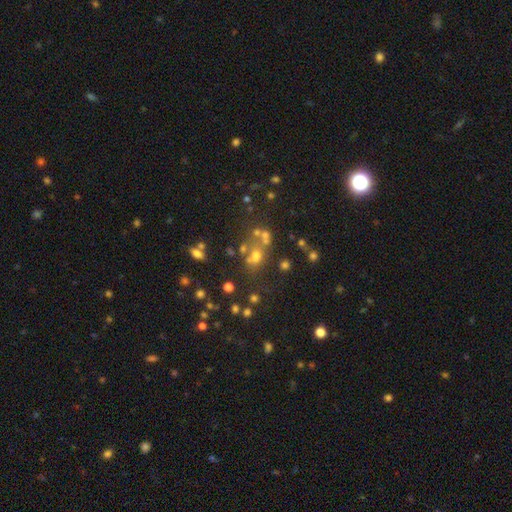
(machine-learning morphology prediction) A smooth galaxy with no disk features (48%).

Vote fractions:
- Smooth or featured? smooth: 48% / star or artifact: 33% / featured or disk: 19%
- Merging? none: 52% / merger: 29% / minor disturbance: 12% / major disturbance: 8%